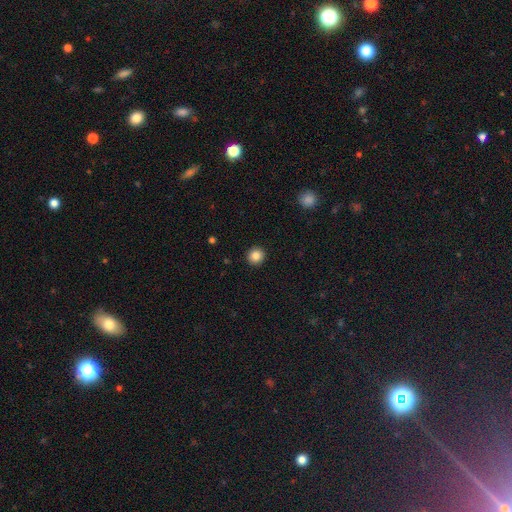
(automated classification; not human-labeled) Overall: smooth (85%). How rounded: round (93%). Merging: none (93%).